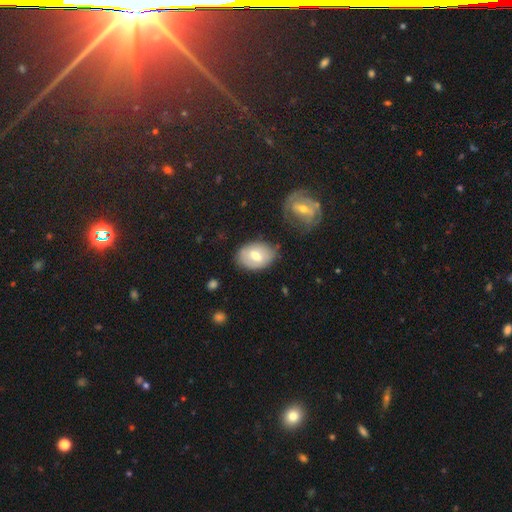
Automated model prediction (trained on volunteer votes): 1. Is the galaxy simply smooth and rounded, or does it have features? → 61% smooth, 32% featured or disk, 7% star or artifact.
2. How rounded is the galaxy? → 79% in between, 20% round, 1% cigar-shaped.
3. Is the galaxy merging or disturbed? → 68% none, 23% minor disturbance, 5% major disturbance, 4% merger.